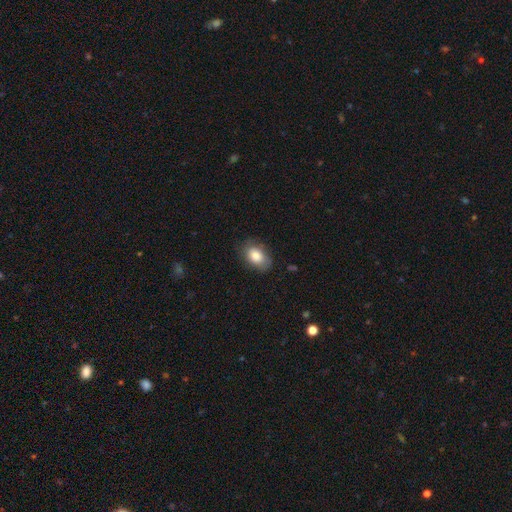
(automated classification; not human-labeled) Smooth or featured? smooth (79%)
How rounded? in between (86%)
Merging? none (74%)